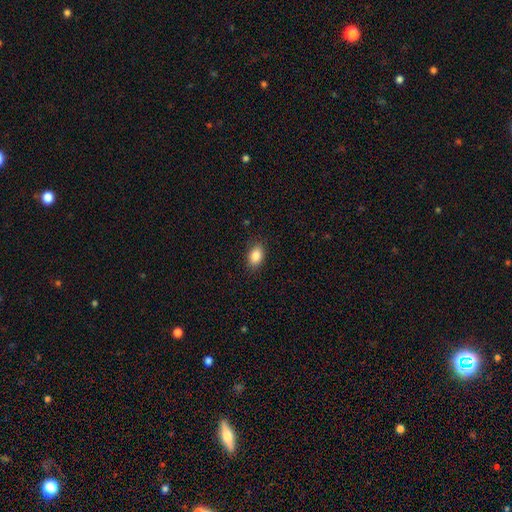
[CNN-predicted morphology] Smooth or featured?
  - smooth: 87% *
  - star or artifact: 8%
  - featured or disk: 5%
How rounded?
  - in between: 84% *
  - round: 14%
  - cigar-shaped: 2%
Merging?
  - none: 87% *
  - minor disturbance: 10%
  - major disturbance: 2%
  - merger: 1%